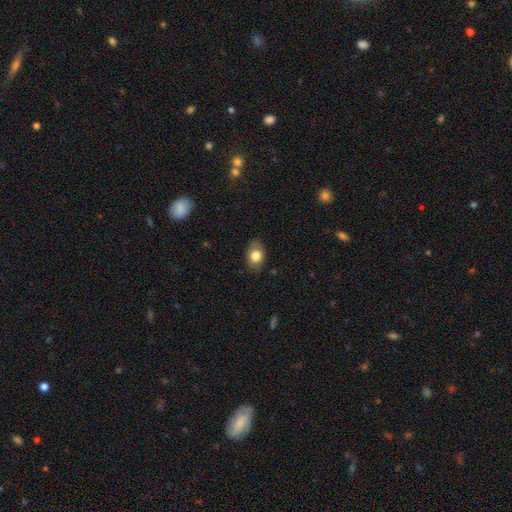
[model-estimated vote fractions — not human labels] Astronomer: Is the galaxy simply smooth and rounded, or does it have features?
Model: smooth — 79%.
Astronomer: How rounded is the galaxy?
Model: in between — 76%.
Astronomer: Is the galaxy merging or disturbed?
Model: none — 80%.